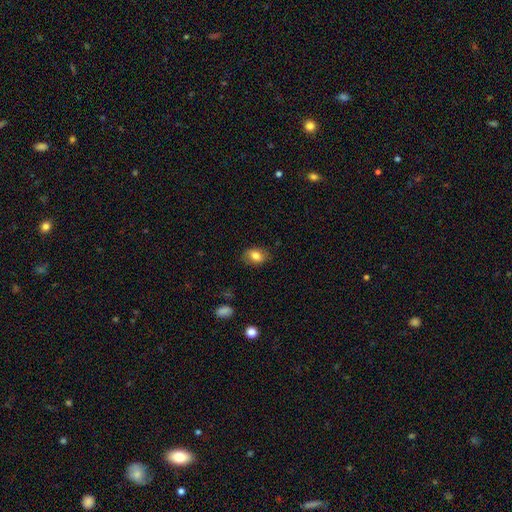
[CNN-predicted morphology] The model was most divided on "how rounded": in between: 76%, round: 23%, cigar-shaped: 1%. More confident: merging — none (80%); smooth or featured — smooth (78%).